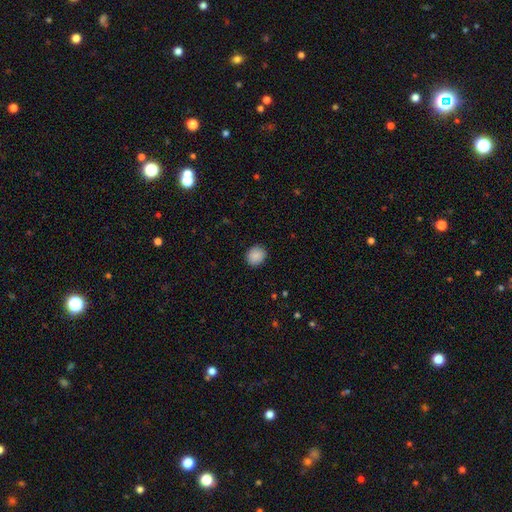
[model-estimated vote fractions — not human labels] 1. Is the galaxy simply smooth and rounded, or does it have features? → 89% smooth, 8% star or artifact, 3% featured or disk.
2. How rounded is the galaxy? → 74% round, 25% in between, 1% cigar-shaped.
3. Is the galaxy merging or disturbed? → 90% none, 7% minor disturbance, 2% major disturbance, 1% merger.